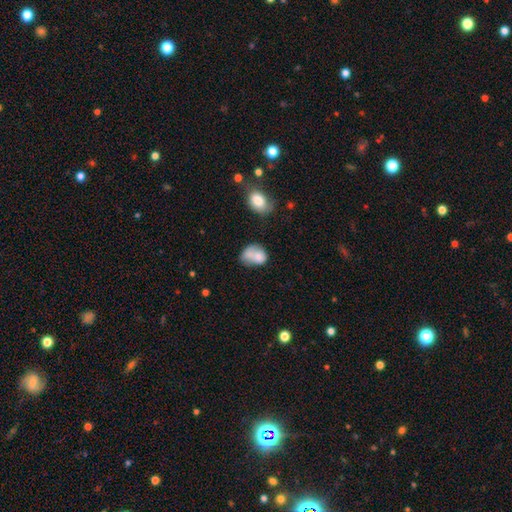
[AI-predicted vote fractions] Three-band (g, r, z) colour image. It shows a smooth galaxy with no disk features (72%) that is in between round and cigar-shaped (65%). Merging: none (30%).